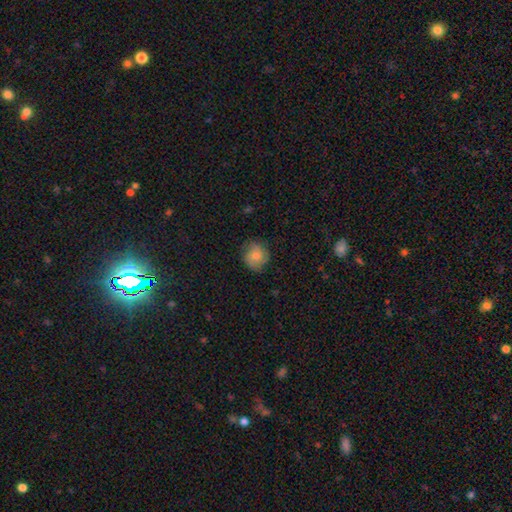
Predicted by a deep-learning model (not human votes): Smooth or featured?
  - smooth: 72% *
  - featured or disk: 20%
  - star or artifact: 8%
How rounded?
  - round: 84% *
  - in between: 15%
  - cigar-shaped: 1%
Merging?
  - none: 77% *
  - minor disturbance: 17%
  - major disturbance: 4%
  - merger: 1%